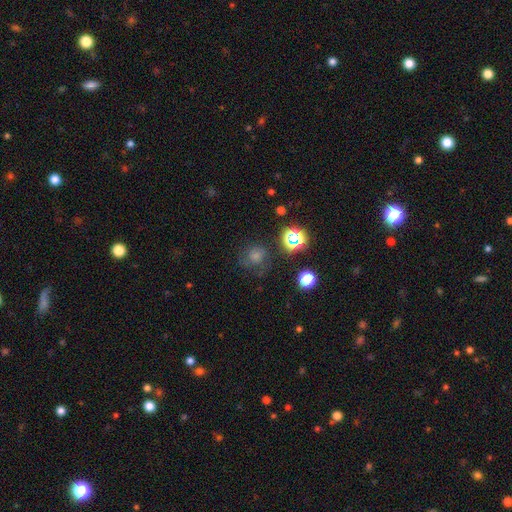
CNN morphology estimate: smooth-or-featured: smooth: 43% | star or artifact: 36% | featured or disk: 20%
  merging: none: 68% | minor disturbance: 18% | major disturbance: 11% | merger: 4%